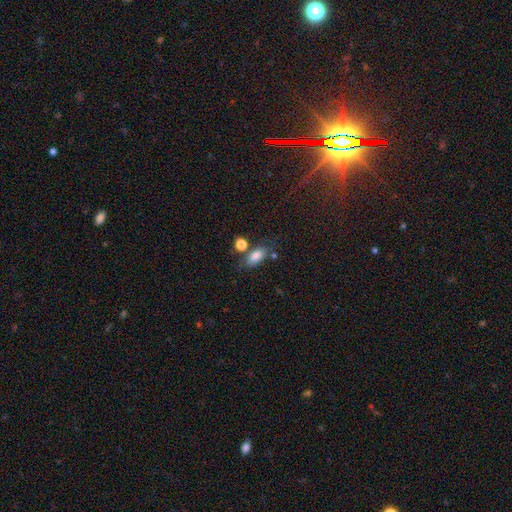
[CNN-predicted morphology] This is clearly a smooth galaxy (81%). How rounded: clearly in between (84%). Merging: likely none (62%).